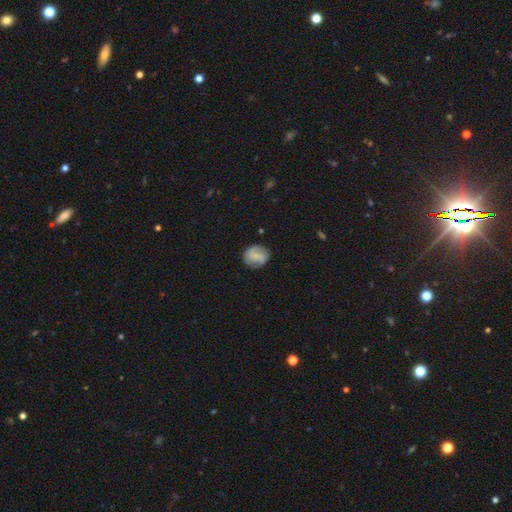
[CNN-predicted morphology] The model was most divided on "smooth or featured": smooth: 47%, featured or disk: 45%, star or artifact: 8%. More confident: merging — none (76%).